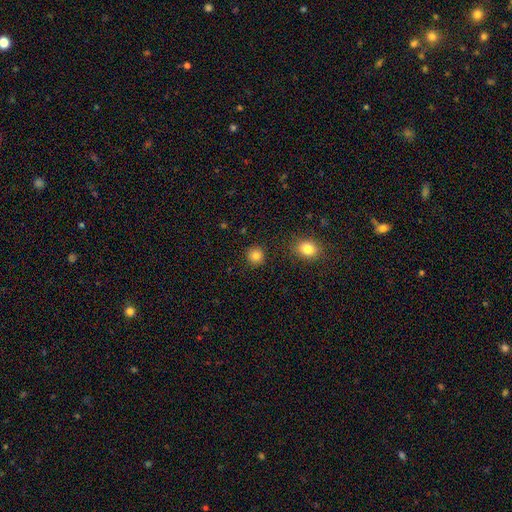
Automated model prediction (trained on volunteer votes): Q: Smooth or featured?
A: smooth (85%); runner-up: star or artifact (11%)
Q: How rounded?
A: round (92%); runner-up: in between (7%)
Q: Merging?
A: none (91%); runner-up: minor disturbance (6%)